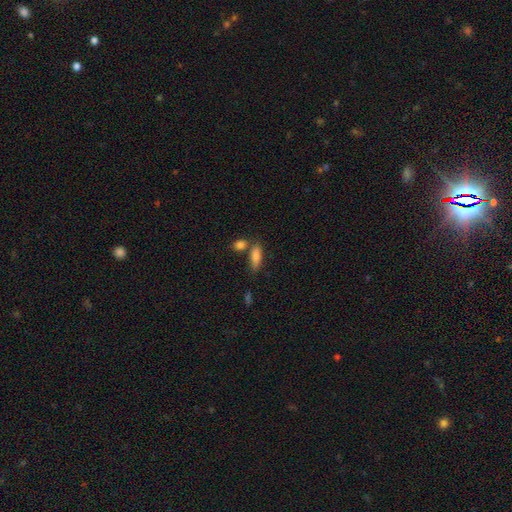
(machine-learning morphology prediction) Smooth or featured? smooth (82%)
How rounded? in between (71%)
Merging? none (59%)